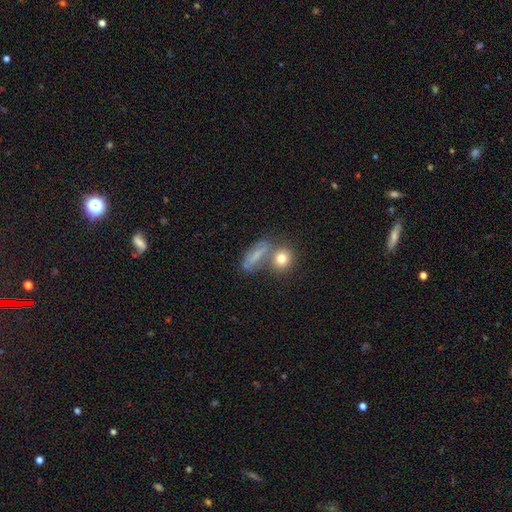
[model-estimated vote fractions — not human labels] Overall: smooth (61%; featured or disk 25%). How rounded: in between (52%; cigar-shaped 31%). Merging: none (45%; merger 25%).